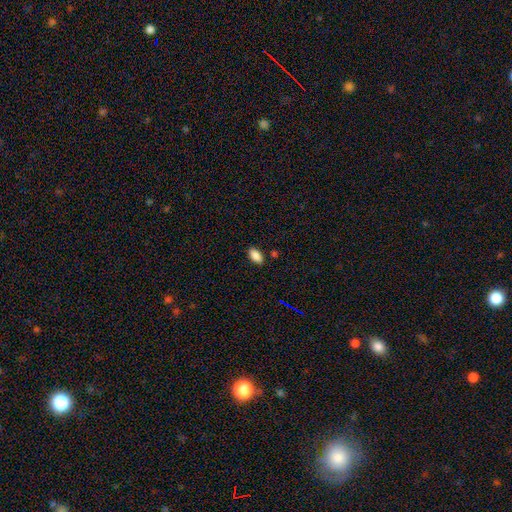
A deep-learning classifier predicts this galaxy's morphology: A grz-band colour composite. It shows a smooth galaxy with no disk features (88%) that is in between round and cigar-shaped (92%). Merging: none (86%).